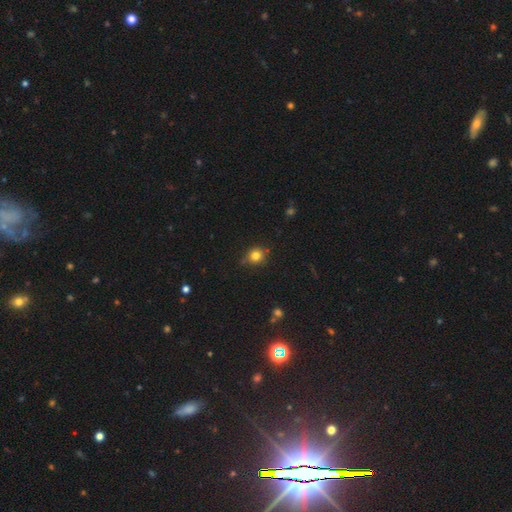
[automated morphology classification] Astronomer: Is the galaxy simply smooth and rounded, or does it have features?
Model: smooth — 80%.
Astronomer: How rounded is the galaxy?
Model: round — 88%.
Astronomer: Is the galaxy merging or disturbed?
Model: none — 78%.